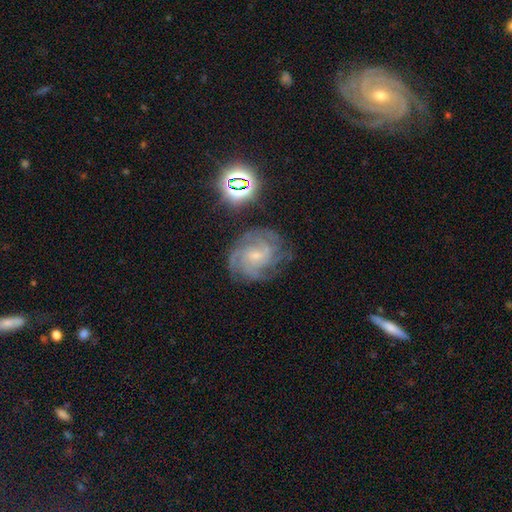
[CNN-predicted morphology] smooth-or-featured: featured or disk: 81% | star or artifact: 10% | smooth: 9%
  disk-edge-on: no: 98% | yes: 2%
    bar: no: 61% | weak: 33% | strong: 5%
    has-spiral-arms: yes: 96% | no: 4%
      spiral-winding: tight: 58% | medium: 35% | loose: 7%
      spiral-arm-count: can't tell: 28% | 4: 24% | 3: 22% | 2: 12% | more than 4: 8% | 1: 6%
    bulge-size: small: 72% | moderate: 21% | none: 5% | large: 1% | dominant: 1%
  merging: none: 71% | minor disturbance: 18% | major disturbance: 8% | merger: 2%